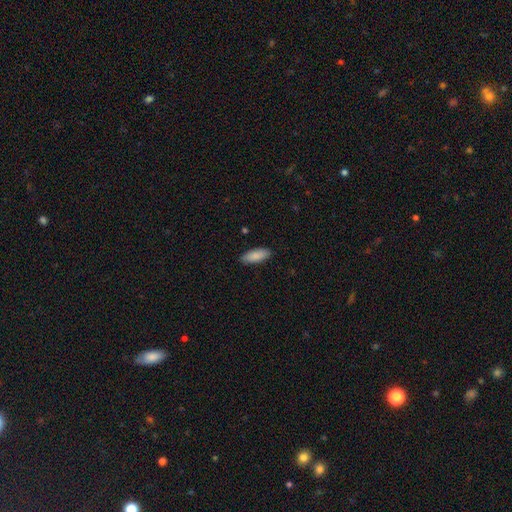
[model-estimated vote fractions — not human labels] Smooth or featured? Predicted: smooth (p=0.88). How rounded? Predicted: in between (p=0.72). Merging? Predicted: none (p=0.89).